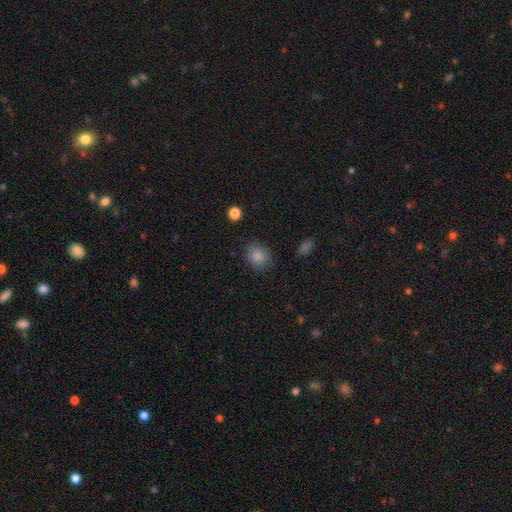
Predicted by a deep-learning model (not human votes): The model was most divided on "how rounded": round: 64%, in between: 35%, cigar-shaped: 1%. More confident: merging — none (84%); smooth or featured — smooth (81%).